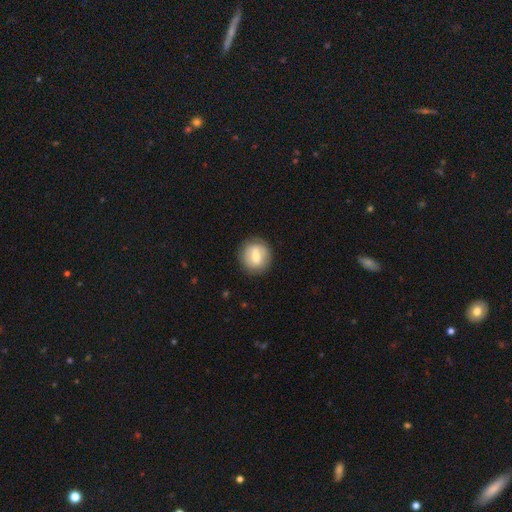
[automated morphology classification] The model was most divided on "smooth or featured": smooth: 60%, featured or disk: 33%, star or artifact: 8%. More confident: merging — none (82%); how rounded — round (77%).